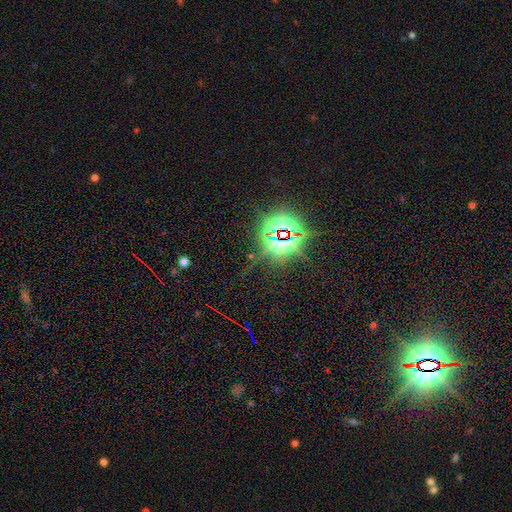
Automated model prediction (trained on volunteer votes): Smooth or featured? Predicted: star or artifact (p=0.84).